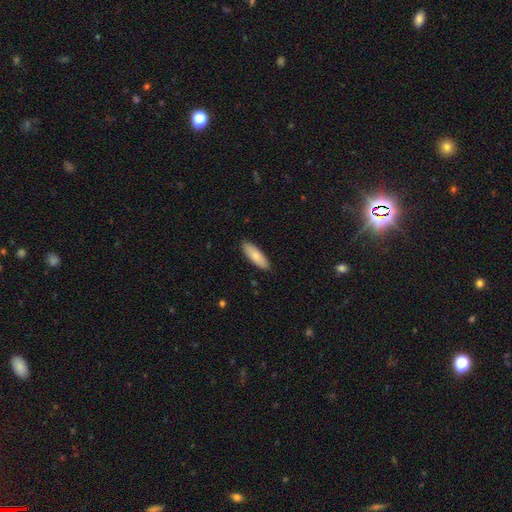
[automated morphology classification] Q: Smooth or featured?
A: smooth (82%); runner-up: featured or disk (13%)
Q: How rounded?
A: in between (59%); runner-up: cigar-shaped (39%)
Q: Merging?
A: none (90%); runner-up: minor disturbance (8%)